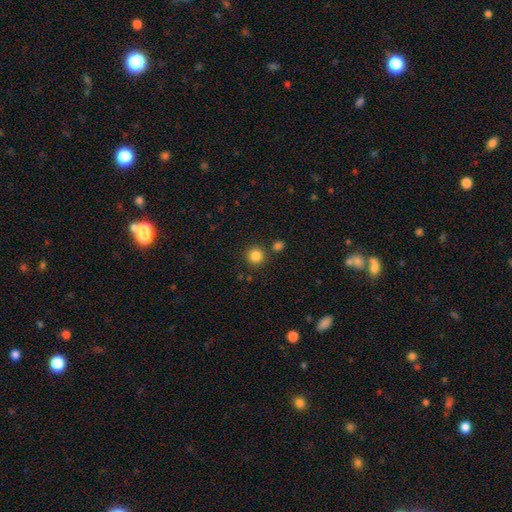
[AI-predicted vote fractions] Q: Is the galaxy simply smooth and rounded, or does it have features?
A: smooth — 85%.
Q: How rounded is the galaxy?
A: round — 93%.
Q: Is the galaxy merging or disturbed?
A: none — 84%.